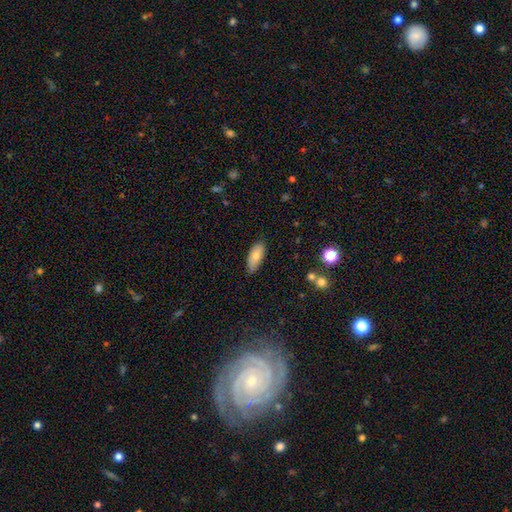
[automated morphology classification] type=smooth (77%); roundness=in between (86%); merging=none (75%).